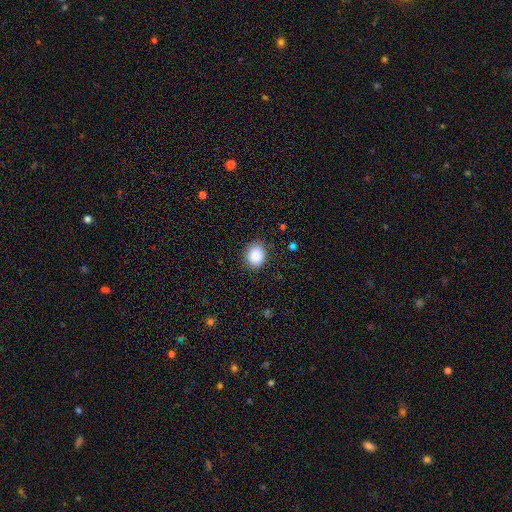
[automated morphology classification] Overall: smooth (87%). How rounded: round (55%; in between 44%). Merging: none (86%).